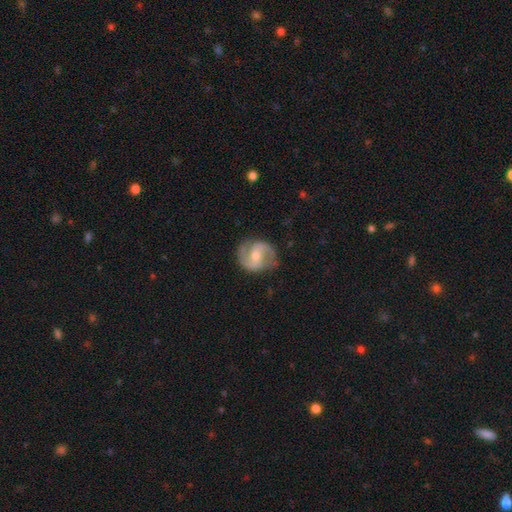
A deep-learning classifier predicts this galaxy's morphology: Smooth or featured? Predicted: featured or disk (p=0.83). Edge-on disk? Predicted: no (p=0.98). Bar? Predicted: weak (p=0.43). Spiral arms? Predicted: yes (p=0.95). Spiral winding? Predicted: medium (p=0.54). Spiral arm count? Predicted: 2 (p=0.90). Bulge size? Predicted: moderate (p=0.49). Merging? Predicted: none (p=0.78).